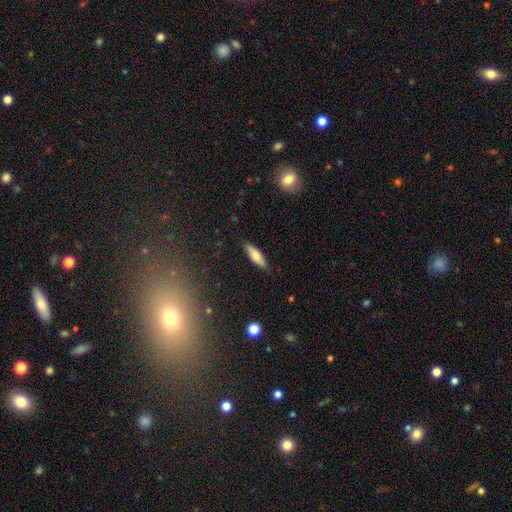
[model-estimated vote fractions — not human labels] Smooth or featured: smooth — 71% (featured or disk — 23%)
How rounded: cigar-shaped — 51% (in between — 46%)
Merging: none — 87% (minor disturbance — 10%)